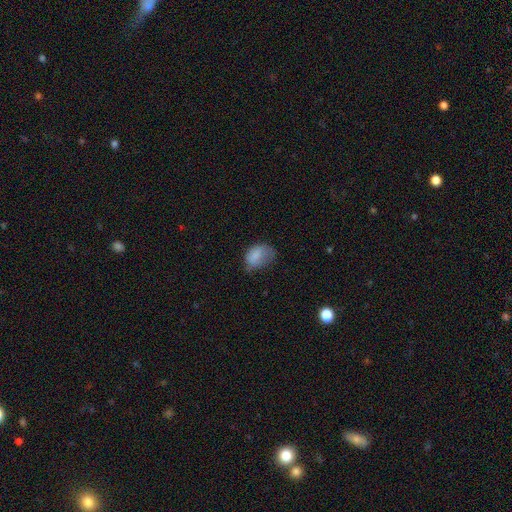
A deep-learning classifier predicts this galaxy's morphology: type=smooth (79%); roundness=in between (79%); merging=none (41%).